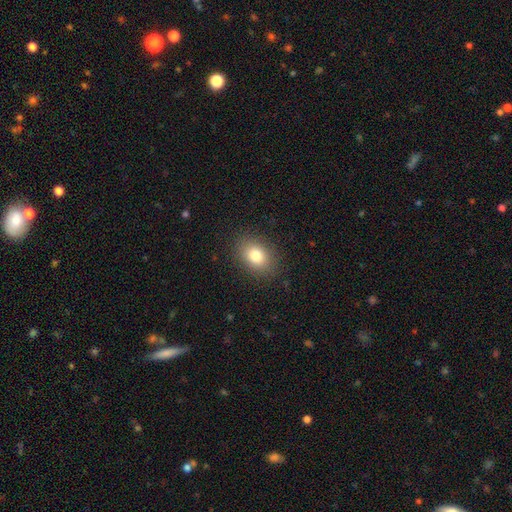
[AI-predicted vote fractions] This appears to be a smooth galaxy with no disk features (81%) that is in between round and cigar-shaped (73%). Merging: none (87%).